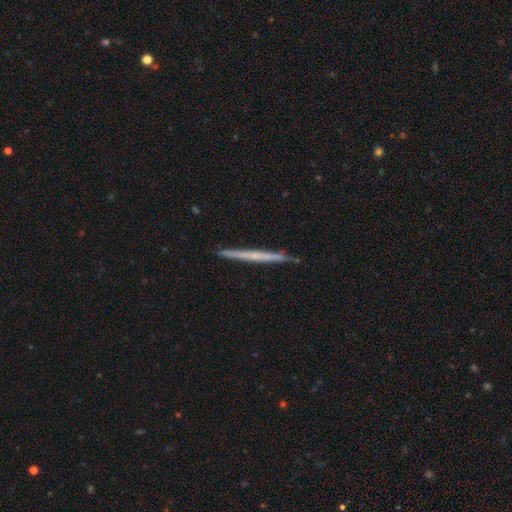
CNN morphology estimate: This is possibly a featured or disk galaxy (58%). It is clearly viewed edge-on (98%). Edge-on bulge: likely none (79%). Merging: clearly none (90%).